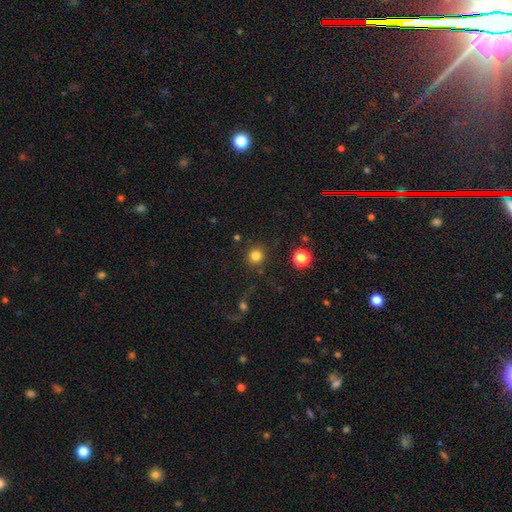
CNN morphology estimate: A smooth galaxy with no disk features (82%) that is round (93%). Merging: none (86%).